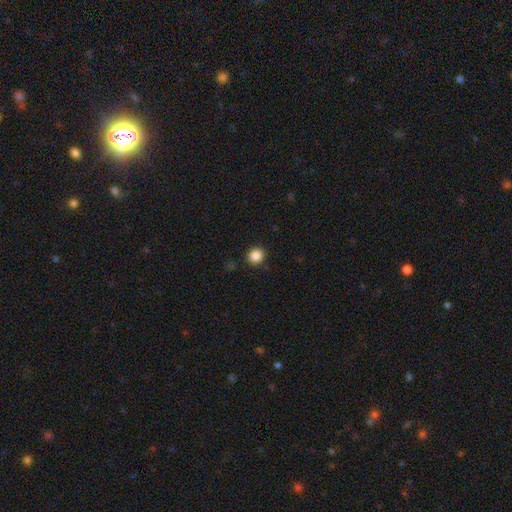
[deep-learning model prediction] This is clearly a smooth galaxy (86%). How rounded: clearly round (82%). Merging: clearly none (90%).